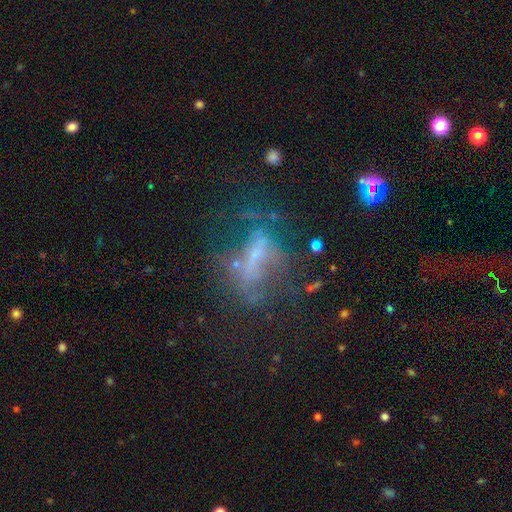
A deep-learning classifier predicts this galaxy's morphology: smooth-or-featured: featured or disk: 56% | smooth: 23% | star or artifact: 22%
  disk-edge-on: no: 88% | yes: 12%
  merging: none: 38% | major disturbance: 36% | minor disturbance: 18% | merger: 8%